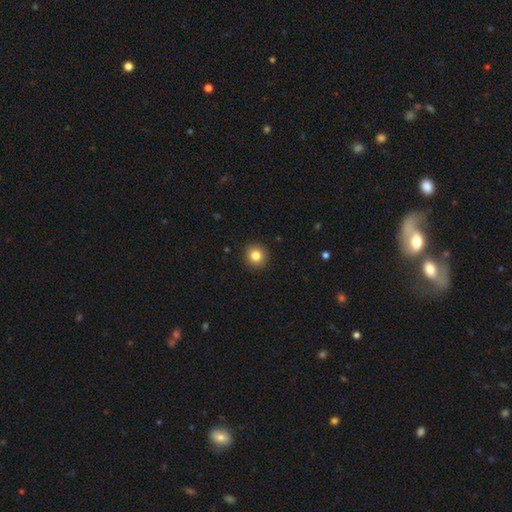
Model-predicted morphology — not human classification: Smooth or featured: smooth — 83% (star or artifact — 11%)
How rounded: round — 93% (in between — 6%)
Merging: none — 92% (minor disturbance — 5%)